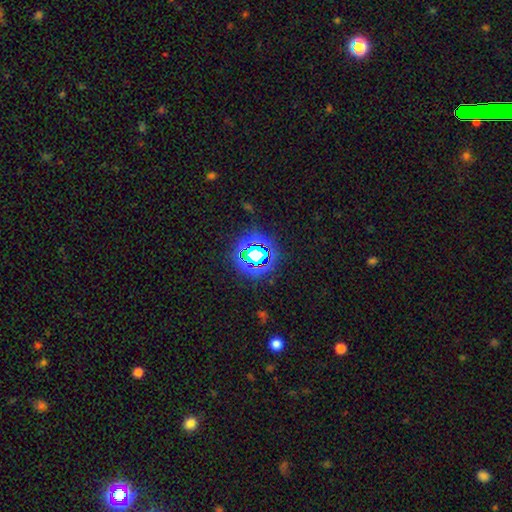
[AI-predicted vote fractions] smooth-or-featured: star or artifact: 69% | smooth: 20% | featured or disk: 11%